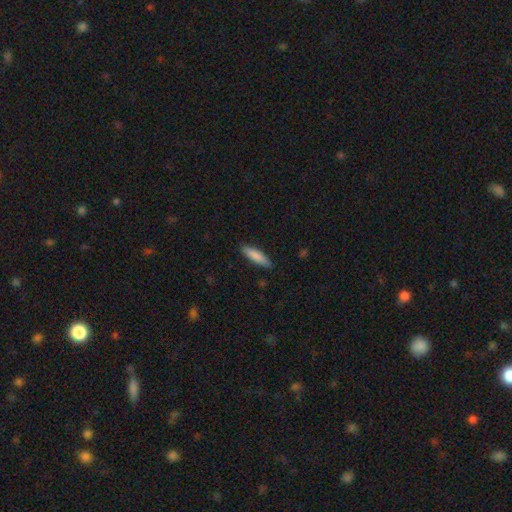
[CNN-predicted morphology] Smooth or featured: smooth — 84% (featured or disk — 11%)
How rounded: cigar-shaped — 74% (in between — 24%)
Merging: none — 88% (minor disturbance — 10%)